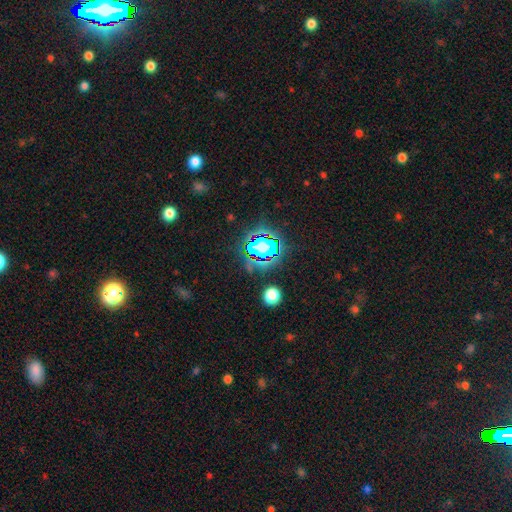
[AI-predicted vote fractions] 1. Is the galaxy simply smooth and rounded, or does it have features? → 77% star or artifact, 15% smooth, 8% featured or disk.